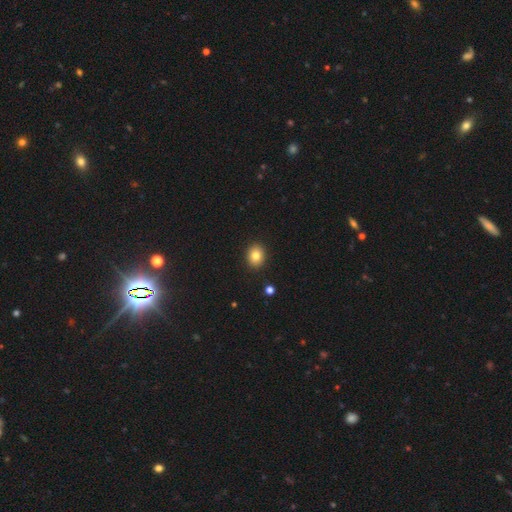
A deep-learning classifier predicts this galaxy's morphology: smooth-or-featured: smooth: 82% | star or artifact: 10% | featured or disk: 8%
  how-rounded: round: 64% | in between: 35% | cigar-shaped: 1%
  merging: none: 91% | minor disturbance: 6% | major disturbance: 2% | merger: 1%